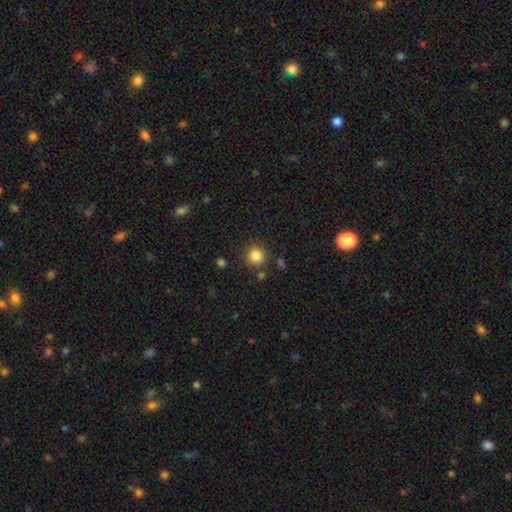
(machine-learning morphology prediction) A smooth galaxy with no disk features (85%) that is round (93%).

Vote fractions:
- Smooth or featured? smooth: 85% / star or artifact: 11% / featured or disk: 5%
- How rounded? round: 93% / in between: 6% / cigar-shaped: 1%
- Merging? none: 85% / minor disturbance: 8% / merger: 4% / major disturbance: 3%